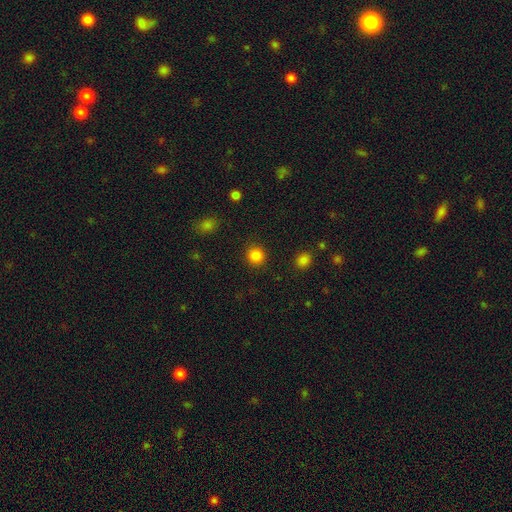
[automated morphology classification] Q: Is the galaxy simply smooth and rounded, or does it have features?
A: smooth — 85%.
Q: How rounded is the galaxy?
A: round — 92%.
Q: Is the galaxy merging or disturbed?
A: none — 91%.